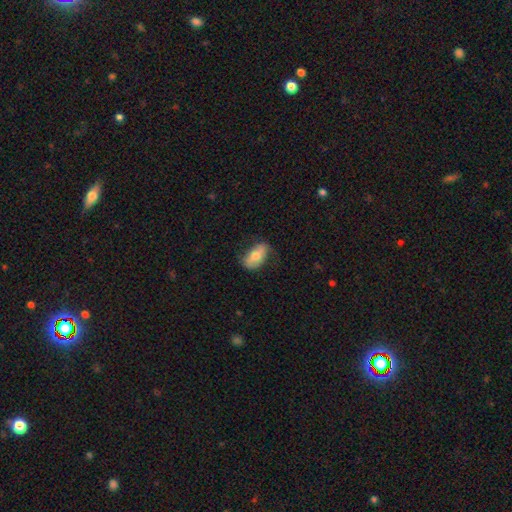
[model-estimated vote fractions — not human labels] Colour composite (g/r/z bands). It shows a smooth galaxy with no disk features (67%) that is in between round and cigar-shaped (91%). Merging: none (69%).